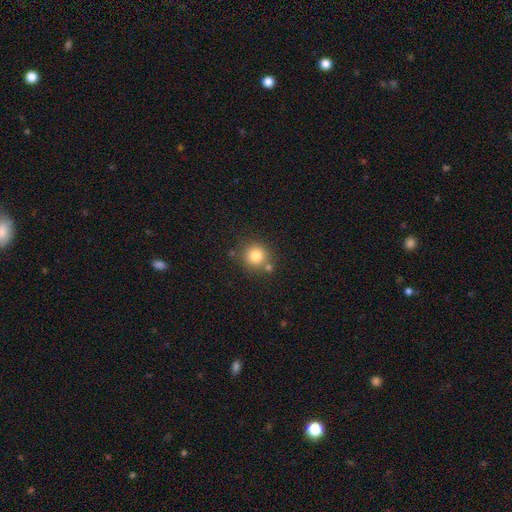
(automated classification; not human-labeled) A smooth galaxy with no disk features (81%) that is round (92%). Merging: none (74%).